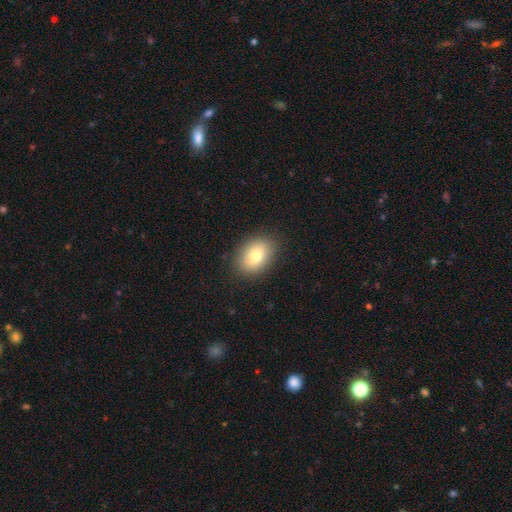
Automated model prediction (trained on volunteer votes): smooth 79%, featured or disk 12%, star or artifact 9%. Down the decision tree: how rounded — in between (78%); merging — none (87%).